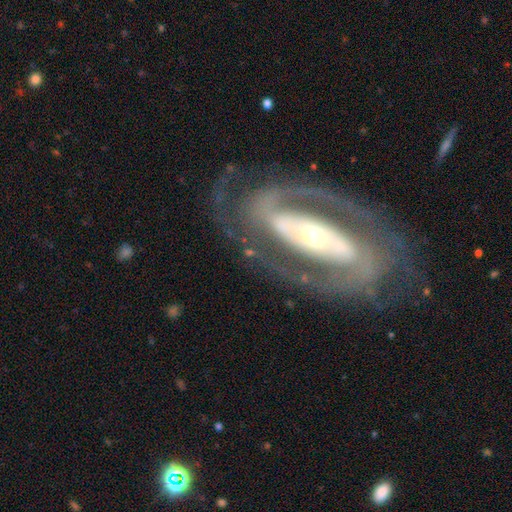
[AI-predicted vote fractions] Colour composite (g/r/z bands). It shows a featured or disk galaxy (89%) with a strong bar (51%), 2 (85%) tight (47%) spiral arms (93%) and a small central bulge (50%). Merging: none (76%).